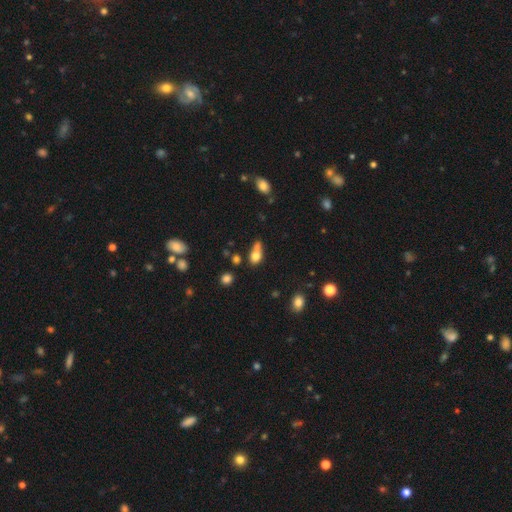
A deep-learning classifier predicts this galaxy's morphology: A smooth galaxy with no disk features (75%) that is in between round and cigar-shaped (67%). Merging: none (32%).